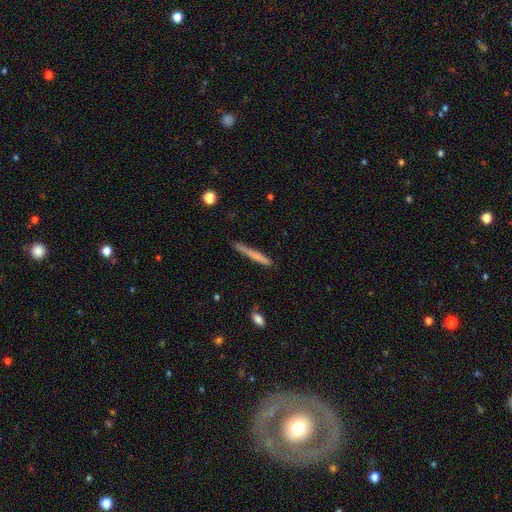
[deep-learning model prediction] Smooth or featured: smooth — 68% (featured or disk — 26%)
How rounded: cigar-shaped — 96% (in between — 2%)
Merging: none — 80% (minor disturbance — 15%)